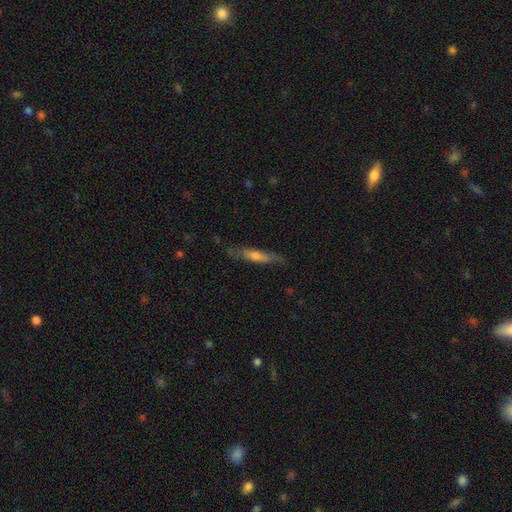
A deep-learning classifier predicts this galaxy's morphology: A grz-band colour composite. It shows a featured or disk galaxy (54%) viewed edge-on (84%). Merging: none (80%).